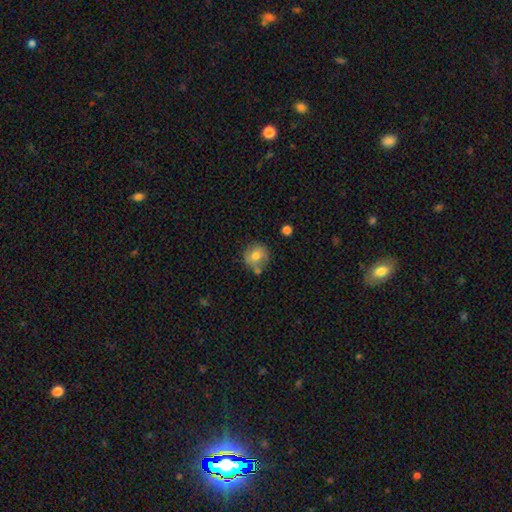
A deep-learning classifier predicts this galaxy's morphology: smooth 71%, featured or disk 20%, star or artifact 9%. Down the decision tree: how rounded — round (89%); merging — none (68%).